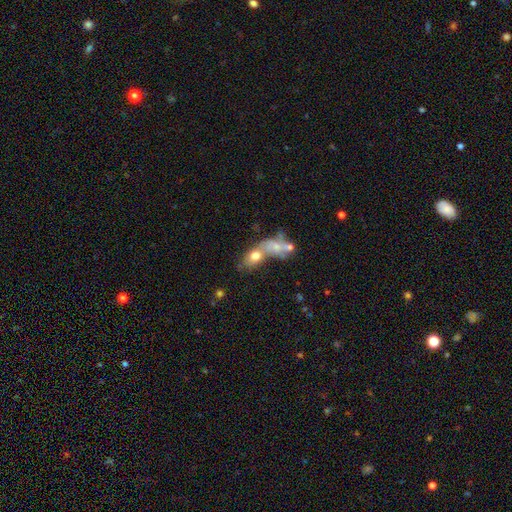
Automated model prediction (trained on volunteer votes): This appears to be a smooth galaxy with no disk features (61%) that is in between round and cigar-shaped (74%). Merging: merger (60%).